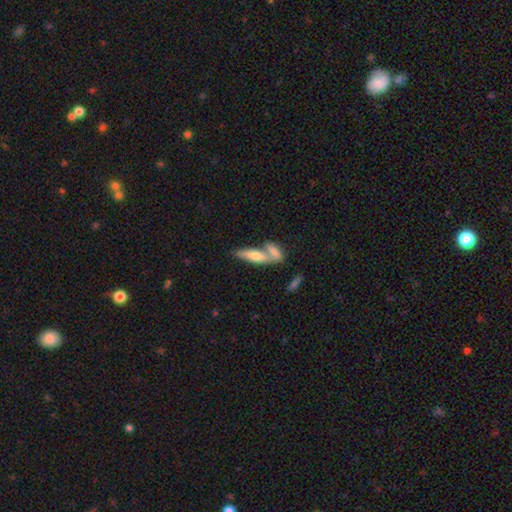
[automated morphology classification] Smooth or featured: smooth — 57% (featured or disk — 37%)
How rounded: cigar-shaped — 55% (in between — 42%)
Merging: merger — 47% (none — 39%)